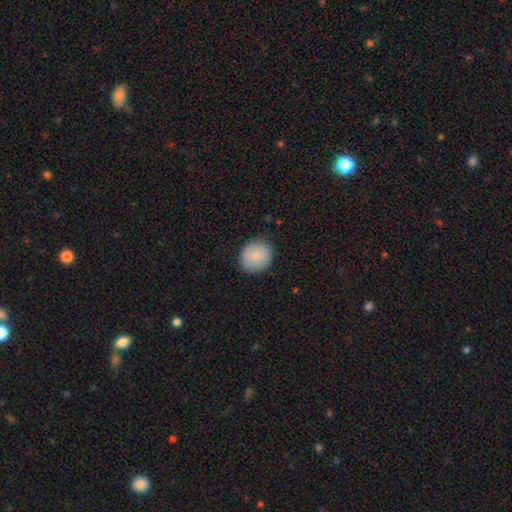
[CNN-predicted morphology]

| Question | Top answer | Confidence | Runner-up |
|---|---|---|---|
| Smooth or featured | smooth | 79% | featured or disk (14%) |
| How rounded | round | 80% | in between (19%) |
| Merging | none | 83% | minor disturbance (13%) |